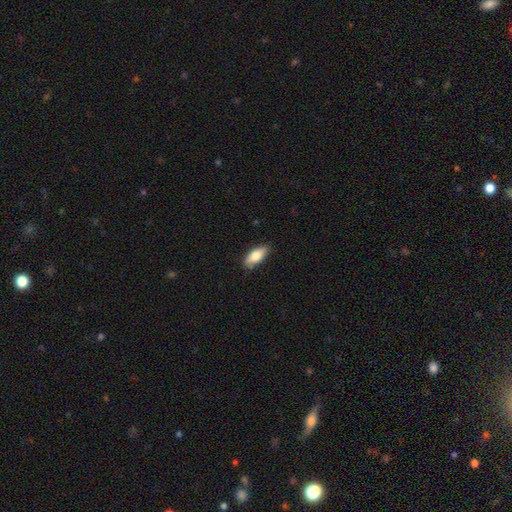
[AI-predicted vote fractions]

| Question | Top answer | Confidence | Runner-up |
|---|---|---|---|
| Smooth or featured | smooth | 82% | featured or disk (12%) |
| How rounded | in between | 83% | cigar-shaped (15%) |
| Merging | none | 81% | minor disturbance (16%) |